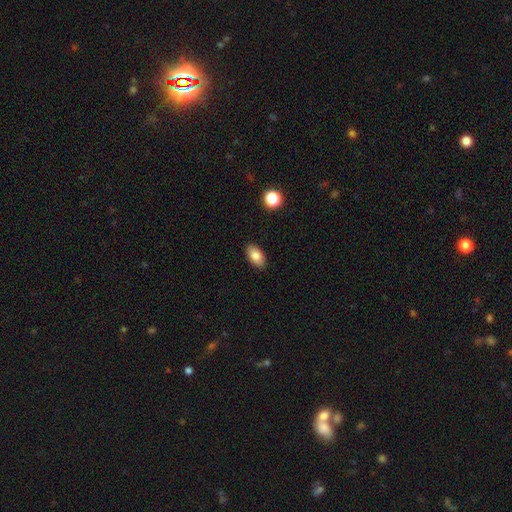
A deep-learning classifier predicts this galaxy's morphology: Smooth or featured? smooth (84%)
How rounded? in between (93%)
Merging? none (88%)